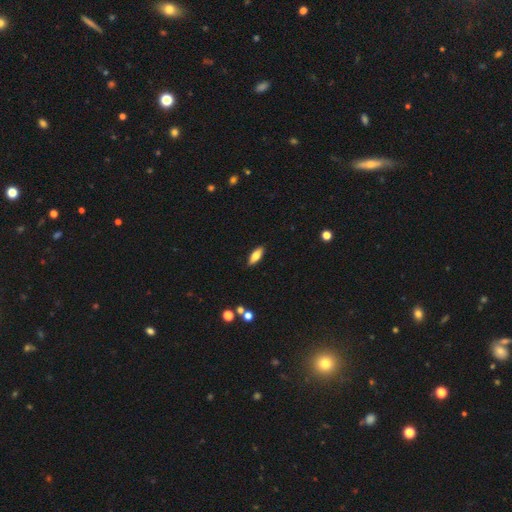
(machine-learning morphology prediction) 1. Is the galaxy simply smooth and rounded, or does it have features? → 68% smooth, 25% featured or disk, 7% star or artifact.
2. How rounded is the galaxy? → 69% in between, 29% cigar-shaped, 2% round.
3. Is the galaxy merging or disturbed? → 88% none, 8% minor disturbance, 2% major disturbance, 1% merger.